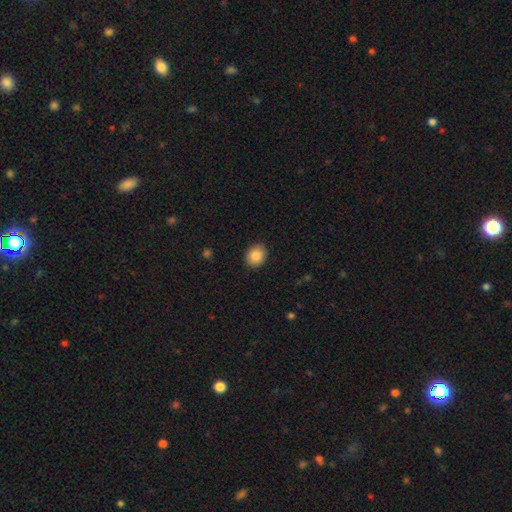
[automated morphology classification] The model was most divided on "how rounded": round: 56%, in between: 43%, cigar-shaped: 1%. More confident: merging — none (89%); smooth or featured — smooth (87%).